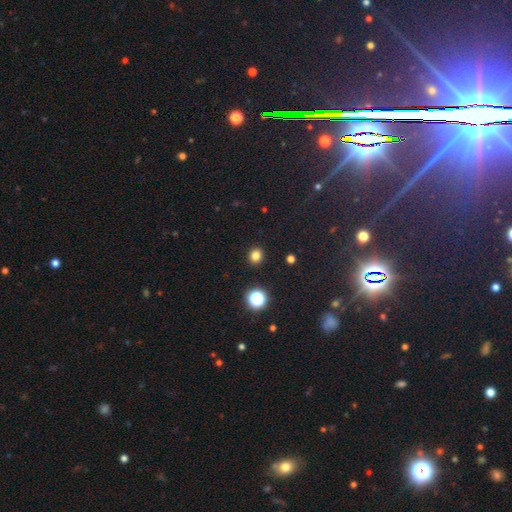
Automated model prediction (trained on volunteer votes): smooth 80%, star or artifact 15%, featured or disk 5%. Down the decision tree: how rounded — round (82%); merging — none (91%).